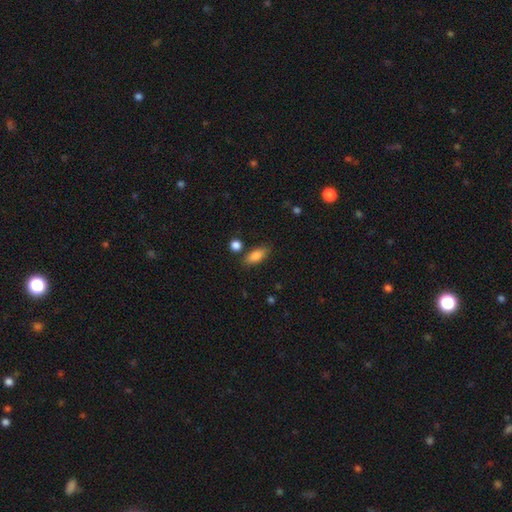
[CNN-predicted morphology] Q: Smooth or featured?
A: smooth (85%); runner-up: star or artifact (8%)
Q: How rounded?
A: in between (81%); runner-up: cigar-shaped (15%)
Q: Merging?
A: none (78%); runner-up: minor disturbance (13%)